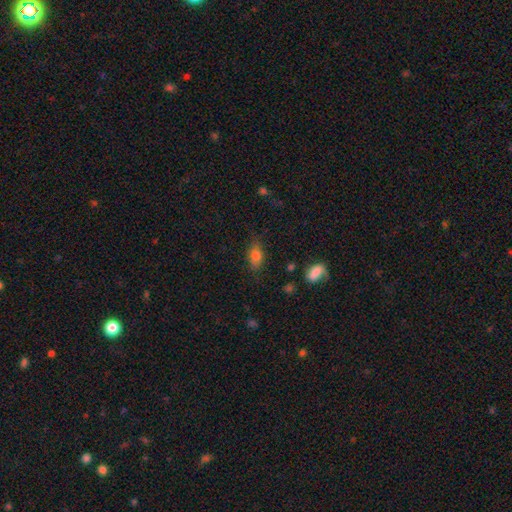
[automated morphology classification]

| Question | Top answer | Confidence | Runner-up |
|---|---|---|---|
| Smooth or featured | smooth | 75% | featured or disk (14%) |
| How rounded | in between | 83% | cigar-shaped (9%) |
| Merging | none | 77% | minor disturbance (17%) |